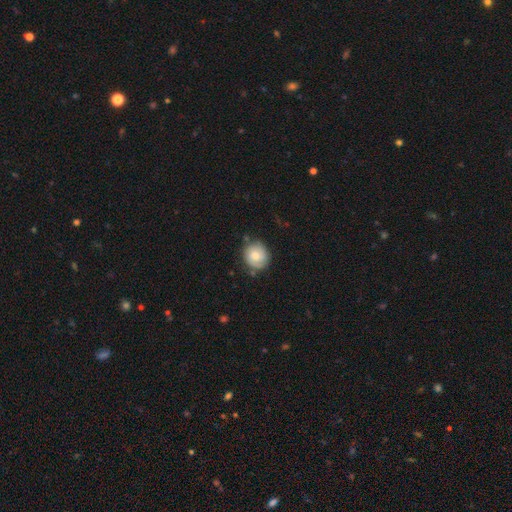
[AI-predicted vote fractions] Smooth or featured: smooth — 69% (featured or disk — 23%)
How rounded: round — 86% (in between — 13%)
Merging: none — 74% (minor disturbance — 19%)